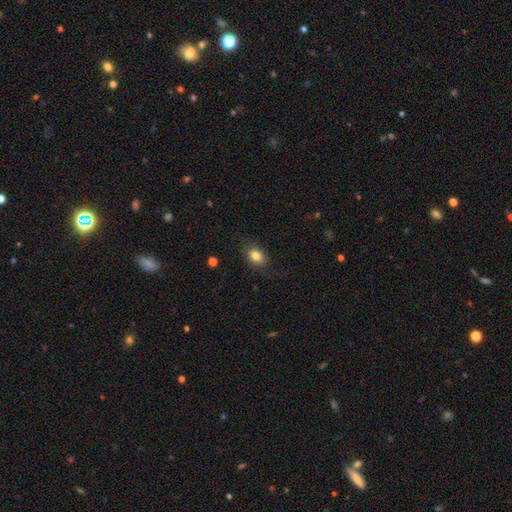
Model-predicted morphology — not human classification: type=smooth (81%); roundness=in between (79%); merging=none (77%).